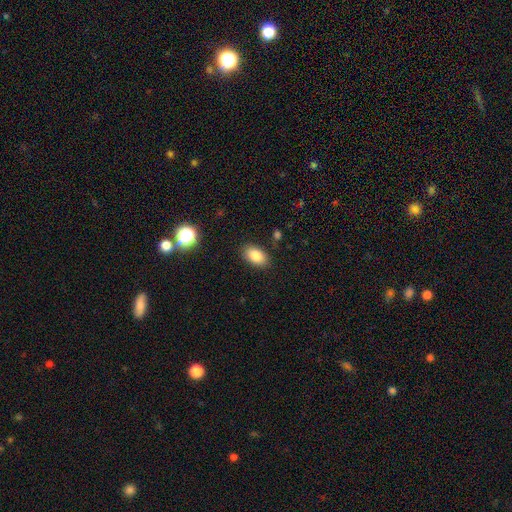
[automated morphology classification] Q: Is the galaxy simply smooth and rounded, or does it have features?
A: smooth — 84%.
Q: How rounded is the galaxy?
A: in between — 90%.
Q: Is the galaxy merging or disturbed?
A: none — 86%.